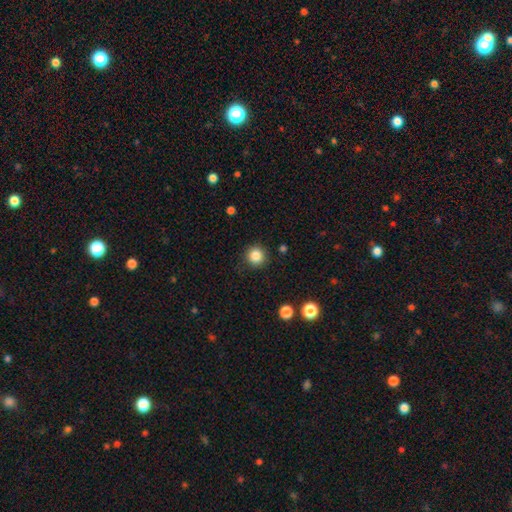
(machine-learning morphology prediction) The model was most divided on "smooth or featured": smooth: 85%, star or artifact: 11%, featured or disk: 4%. More confident: how rounded — round (94%); merging — none (89%).